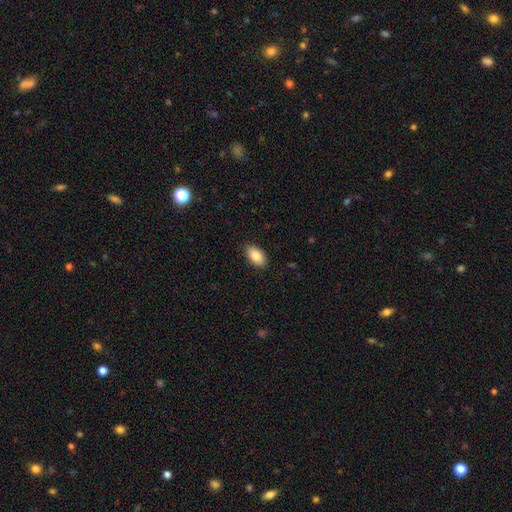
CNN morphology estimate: Smooth or featured?
  - smooth: 87% *
  - star or artifact: 7%
  - featured or disk: 7%
How rounded?
  - in between: 94% *
  - round: 4%
  - cigar-shaped: 2%
Merging?
  - none: 88% *
  - minor disturbance: 9%
  - major disturbance: 2%
  - merger: 1%